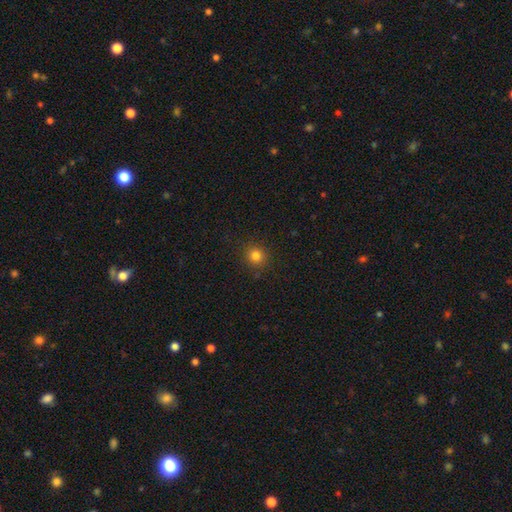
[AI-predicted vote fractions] Smooth or featured?
  - smooth: 81% *
  - star or artifact: 14%
  - featured or disk: 5%
How rounded?
  - round: 92% *
  - in between: 7%
  - cigar-shaped: 1%
Merging?
  - none: 89% *
  - minor disturbance: 7%
  - major disturbance: 2%
  - merger: 1%